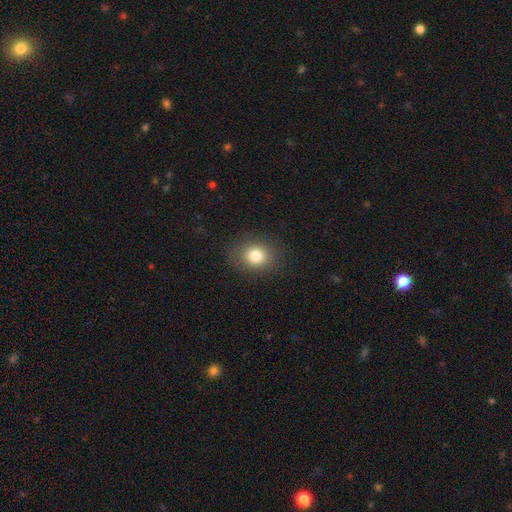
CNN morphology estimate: A smooth galaxy with no disk features (81%) that is round (58%).

Vote fractions:
- Smooth or featured? smooth: 81% / star or artifact: 11% / featured or disk: 8%
- How rounded? round: 58% / in between: 41% / cigar-shaped: 1%
- Merging? none: 86% / minor disturbance: 10% / major disturbance: 4% / merger: 1%